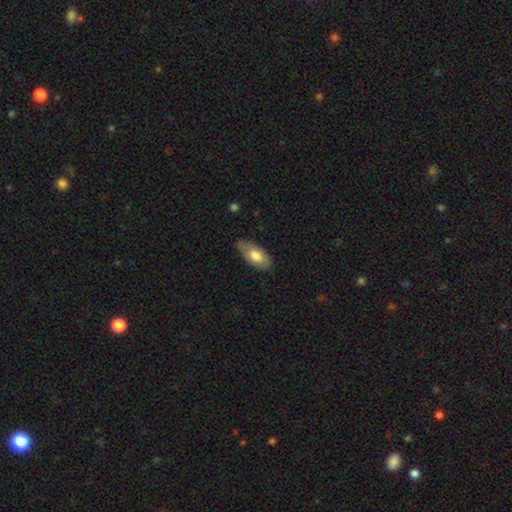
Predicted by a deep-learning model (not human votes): Smooth or featured? Predicted: smooth (p=0.66). How rounded? Predicted: in between (p=0.91). Merging? Predicted: none (p=0.72).